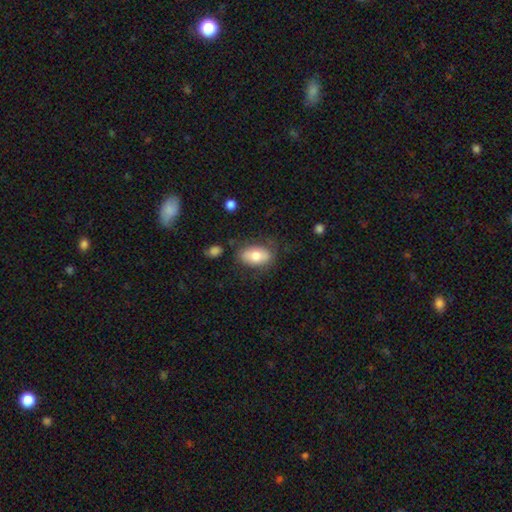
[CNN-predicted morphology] This is likely a smooth galaxy (72%). How rounded: clearly in between (90%). Merging: likely none (74%).